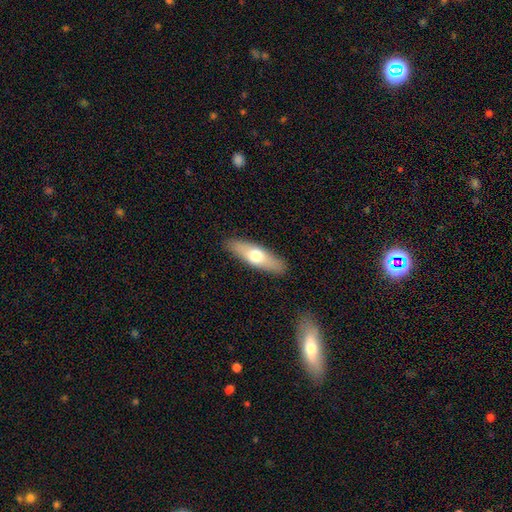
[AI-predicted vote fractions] Smooth or featured? Predicted: smooth (p=0.60). How rounded? Predicted: cigar-shaped (p=0.54). Merging? Predicted: none (p=0.89).